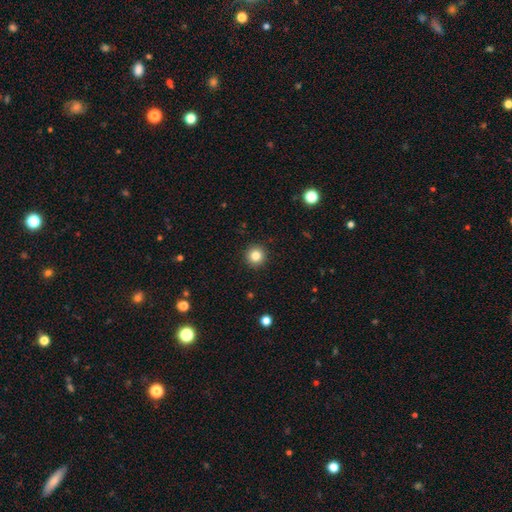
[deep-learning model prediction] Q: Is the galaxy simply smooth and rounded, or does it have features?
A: smooth — 84%.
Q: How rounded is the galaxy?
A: round — 96%.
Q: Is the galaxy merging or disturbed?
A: none — 93%.